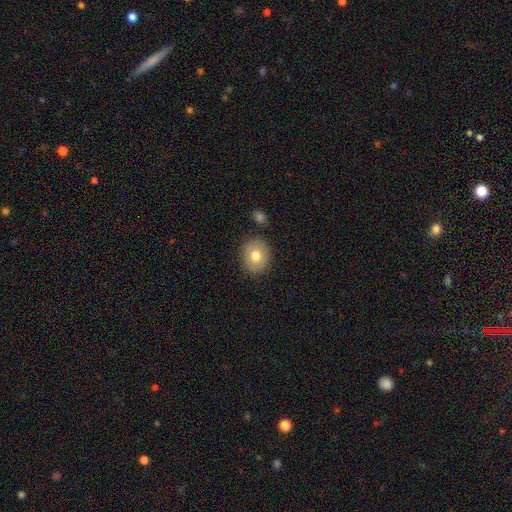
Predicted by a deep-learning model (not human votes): smooth-or-featured: smooth: 76% | featured or disk: 14% | star or artifact: 9%
  how-rounded: round: 71% | in between: 28% | cigar-shaped: 1%
  merging: none: 84% | minor disturbance: 10% | merger: 4% | major disturbance: 3%